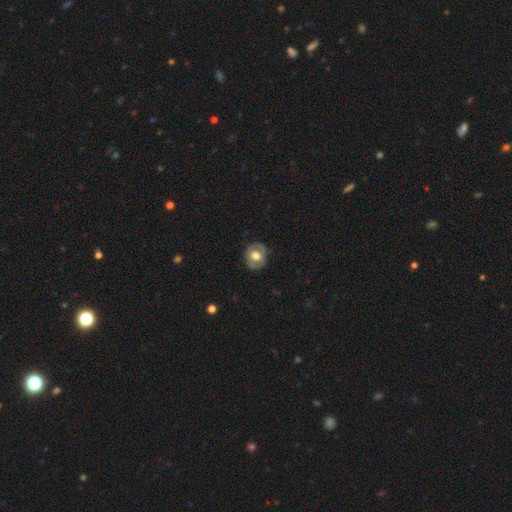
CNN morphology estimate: Smooth or featured?
  - featured or disk: 48% *
  - smooth: 45%
  - star or artifact: 7%
Merging?
  - none: 78% *
  - minor disturbance: 16%
  - major disturbance: 5%
  - merger: 1%